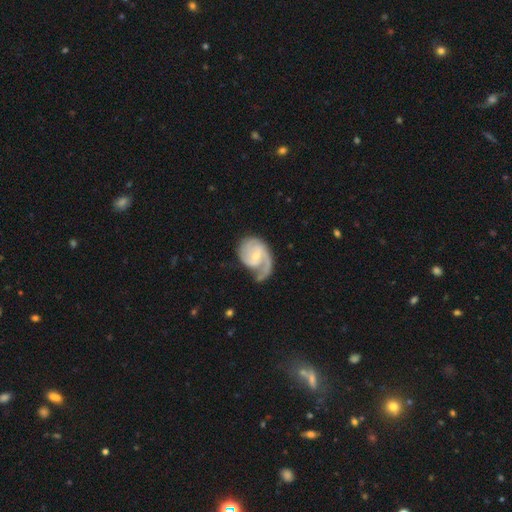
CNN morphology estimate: A featured or disk galaxy (85%) with a weak bar (55%), 2 (45%) medium (45%) spiral arms (96%) and a small central bulge (59%). Merging: none (43%).